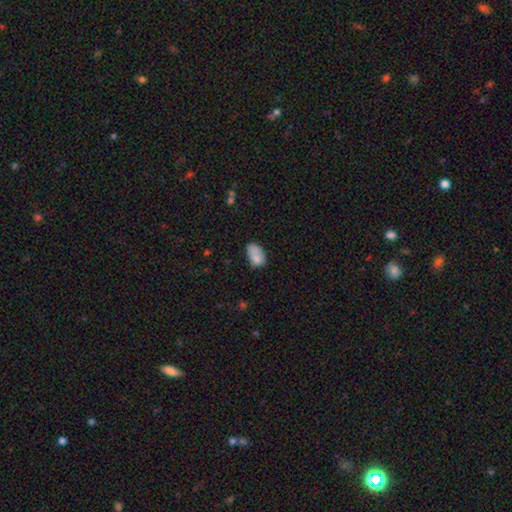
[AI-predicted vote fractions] smooth-or-featured: smooth: 78% | featured or disk: 13% | star or artifact: 9%
  how-rounded: in between: 87% | round: 11% | cigar-shaped: 1%
  merging: none: 45% | minor disturbance: 28% | merger: 17% | major disturbance: 10%